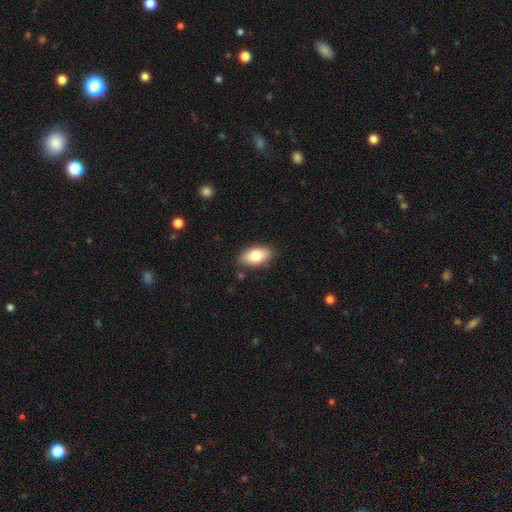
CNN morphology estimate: A smooth galaxy with no disk features (80%) that is in between round and cigar-shaped (92%).

Vote fractions:
- Smooth or featured? smooth: 80% / featured or disk: 13% / star or artifact: 7%
- How rounded? in between: 92% / round: 5% / cigar-shaped: 3%
- Merging? none: 85% / minor disturbance: 12% / major disturbance: 2% / merger: 2%